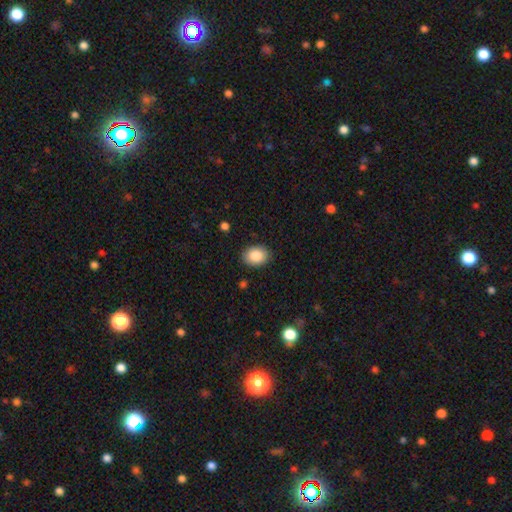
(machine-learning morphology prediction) This appears to be a smooth galaxy with no disk features (86%) that is in between round and cigar-shaped (65%). Merging: none (89%).